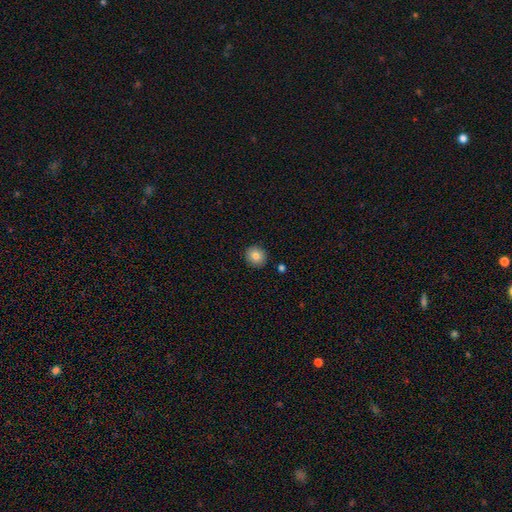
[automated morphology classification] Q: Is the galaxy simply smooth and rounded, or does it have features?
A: smooth — 83%.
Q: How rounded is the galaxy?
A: round — 90%.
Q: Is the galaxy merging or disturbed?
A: none — 91%.